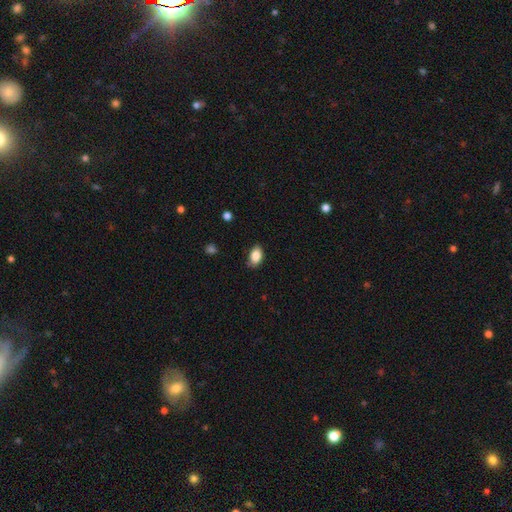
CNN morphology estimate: Smooth or featured?
  - smooth: 86% *
  - star or artifact: 7%
  - featured or disk: 7%
How rounded?
  - in between: 91% *
  - round: 7%
  - cigar-shaped: 2%
Merging?
  - none: 79% *
  - minor disturbance: 17%
  - major disturbance: 3%
  - merger: 1%